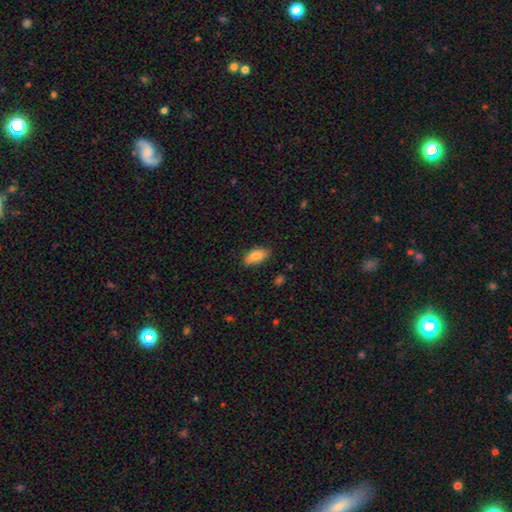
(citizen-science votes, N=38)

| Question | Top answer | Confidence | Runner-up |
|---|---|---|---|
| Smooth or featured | smooth | 84% | featured or disk (11%) |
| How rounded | in between | 94% | round (3%) |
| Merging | none | 78% | minor disturbance (17%) |